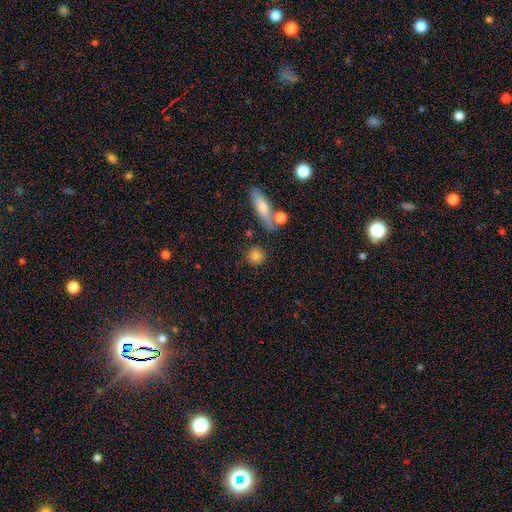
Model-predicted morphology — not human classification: smooth_or_featured: smooth (p=0.82) [alt: star or artifact p=0.10]
how_rounded: round (p=0.85) [alt: in between p=0.11]
merging: none (p=0.79) [alt: minor disturbance p=0.09]